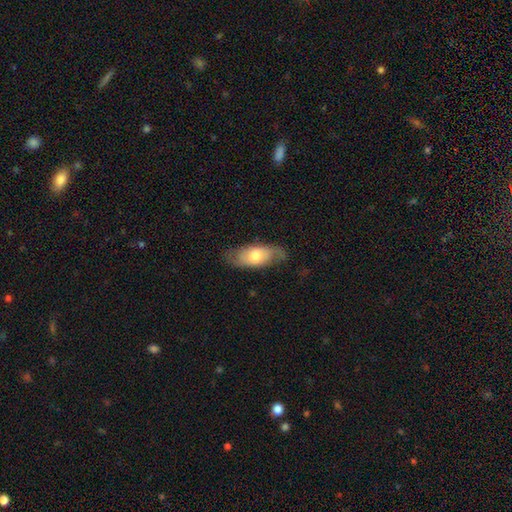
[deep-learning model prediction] Q: Smooth or featured?
A: smooth (56%); runner-up: featured or disk (38%)
Q: How rounded?
A: in between (85%); runner-up: cigar-shaped (12%)
Q: Merging?
A: none (71%); runner-up: minor disturbance (21%)